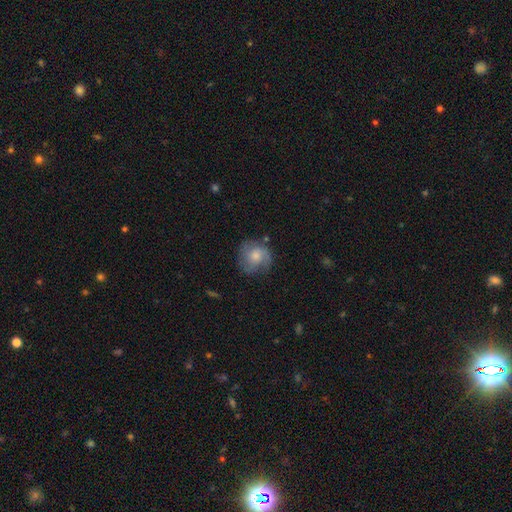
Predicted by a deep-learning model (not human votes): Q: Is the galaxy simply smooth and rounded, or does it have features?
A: smooth — 59%.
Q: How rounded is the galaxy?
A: round — 84%.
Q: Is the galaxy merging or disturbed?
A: none — 64%.